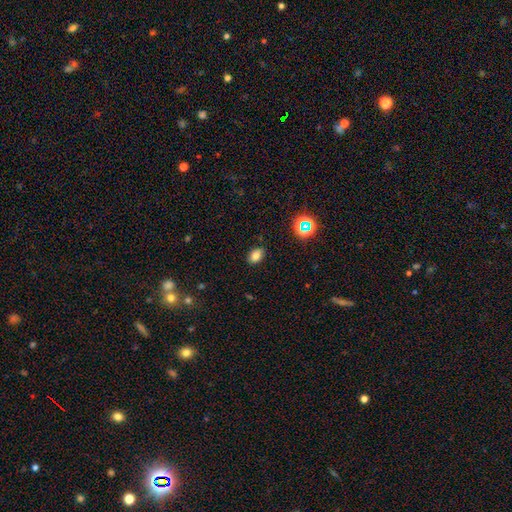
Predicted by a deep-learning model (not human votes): Q: Smooth or featured?
A: smooth (78%); runner-up: star or artifact (14%)
Q: How rounded?
A: in between (83%); runner-up: round (16%)
Q: Merging?
A: none (86%); runner-up: minor disturbance (10%)